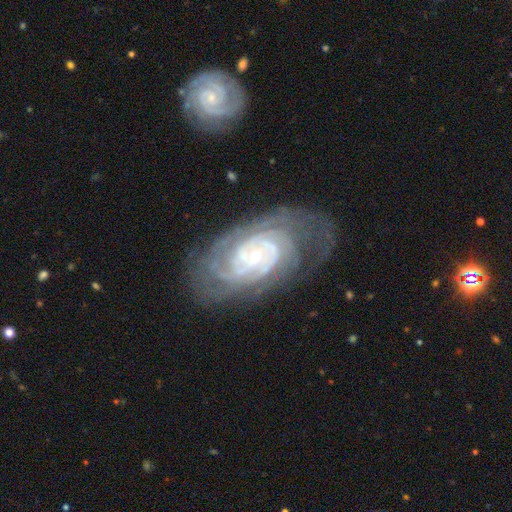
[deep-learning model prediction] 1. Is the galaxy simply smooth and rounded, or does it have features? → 90% featured or disk, 5% star or artifact, 4% smooth.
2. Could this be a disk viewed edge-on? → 96% no, 4% yes.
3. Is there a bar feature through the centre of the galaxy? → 67% no, 23% weak, 10% strong.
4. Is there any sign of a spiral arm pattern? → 98% yes, 2% no.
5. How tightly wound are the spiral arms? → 75% tight, 21% medium, 3% loose.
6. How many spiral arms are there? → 22% can't tell, 21% 3, 20% 4, 19% 2, 11% more than 4, 6% 1.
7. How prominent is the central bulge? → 71% small, 26% moderate, 2% large, 1% none, 1% dominant.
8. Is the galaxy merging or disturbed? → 70% none, 19% minor disturbance, 10% major disturbance, 2% merger.